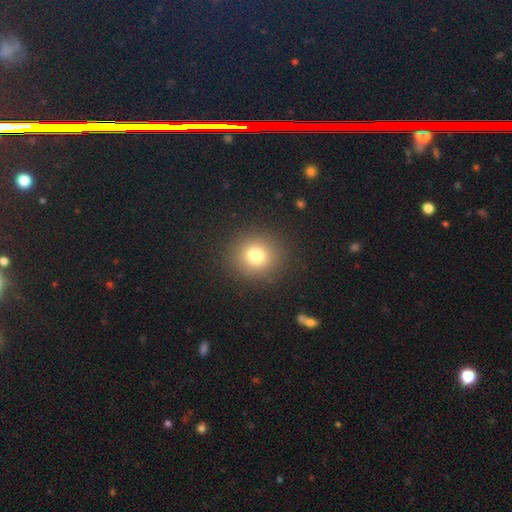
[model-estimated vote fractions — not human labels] smooth 76%, star or artifact 15%, featured or disk 9%. Down the decision tree: how rounded — round (89%); merging — none (90%).